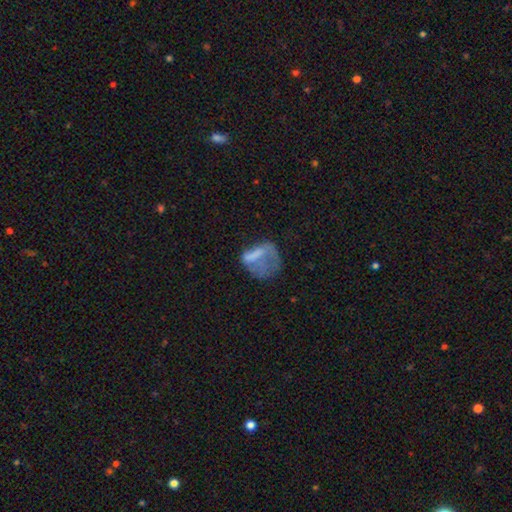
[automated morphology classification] type=smooth (54%); roundness=in between (55%); merging=major disturbance (47%).